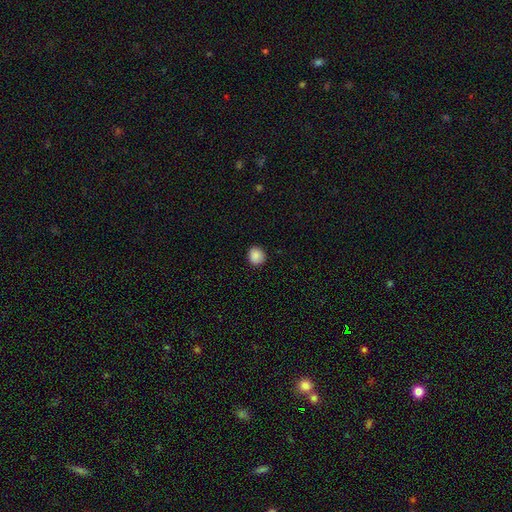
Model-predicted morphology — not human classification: A smooth galaxy with no disk features (88%) that is round (85%).

Vote fractions:
- Smooth or featured? smooth: 88% / star or artifact: 9% / featured or disk: 3%
- How rounded? round: 85% / in between: 14% / cigar-shaped: 1%
- Merging? none: 90% / minor disturbance: 8% / major disturbance: 2% / merger: 1%